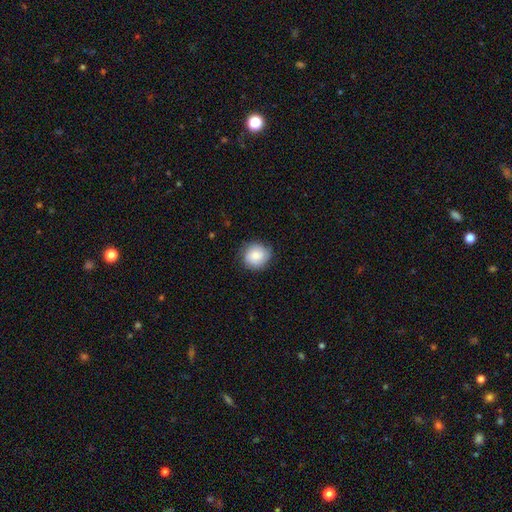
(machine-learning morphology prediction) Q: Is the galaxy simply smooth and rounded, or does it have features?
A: smooth — 74%.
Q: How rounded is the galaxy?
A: round — 85%.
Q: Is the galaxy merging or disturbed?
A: none — 79%.